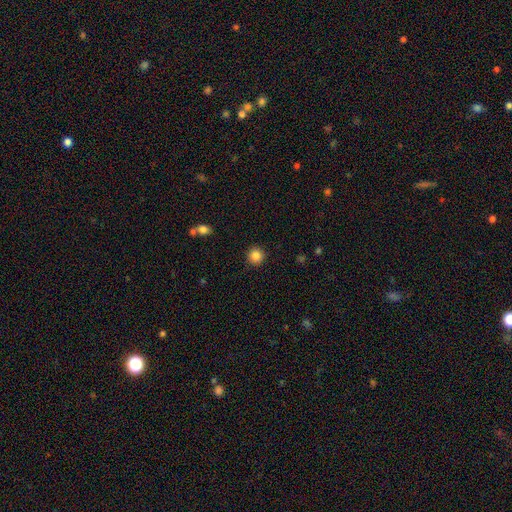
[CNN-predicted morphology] Smooth or featured?
  - smooth: 86% *
  - star or artifact: 10%
  - featured or disk: 4%
How rounded?
  - round: 94% *
  - in between: 5%
  - cigar-shaped: 1%
Merging?
  - none: 91% *
  - minor disturbance: 6%
  - major disturbance: 2%
  - merger: 1%